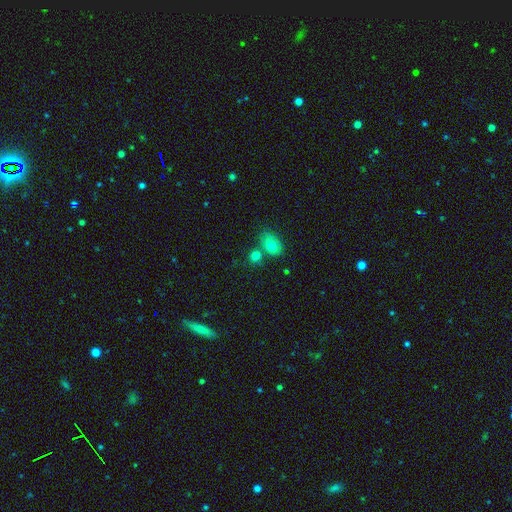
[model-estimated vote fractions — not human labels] The model was most divided on "how rounded": round: 51%, in between: 47%, cigar-shaped: 2%. More confident: smooth or featured — smooth (78%); merging — none (54%).